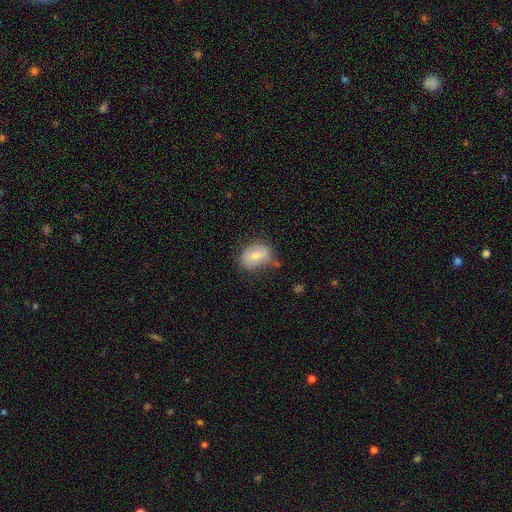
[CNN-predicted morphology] smooth 70%, featured or disk 22%, star or artifact 8%. Down the decision tree: how rounded — in between (72%); merging — none (61%).